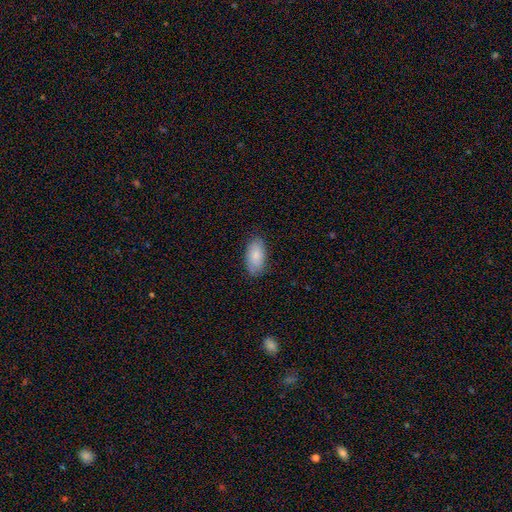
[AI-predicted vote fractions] The model was most divided on "merging": none: 81%, minor disturbance: 15%, major disturbance: 3%, merger: 1%. More confident: how rounded — in between (94%); smooth or featured — smooth (80%).